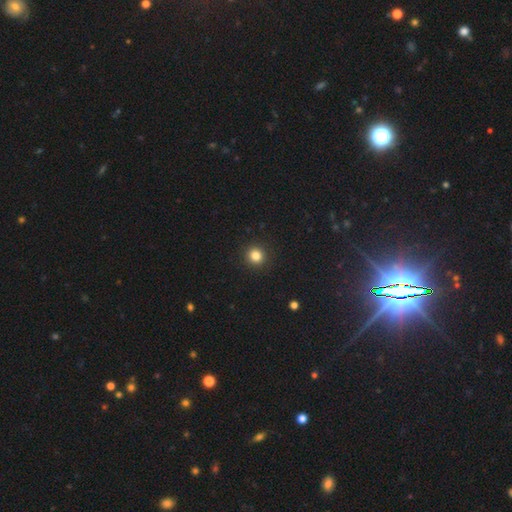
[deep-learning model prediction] Smooth or featured? Predicted: smooth (p=0.83). How rounded? Predicted: round (p=0.93). Merging? Predicted: none (p=0.93).